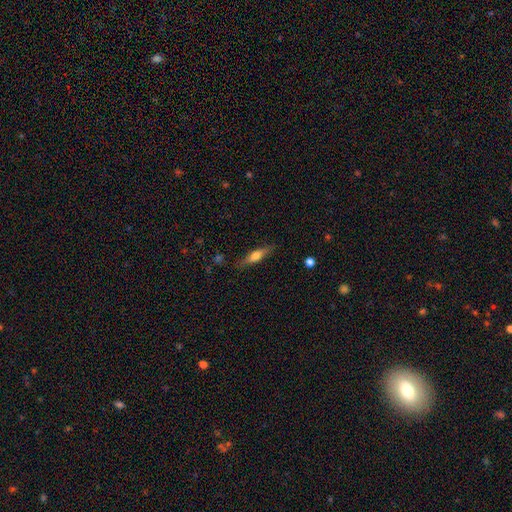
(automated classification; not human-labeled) This appears to be a smooth galaxy with no disk features (56%) that is cigar-shaped (68%). Merging: none (82%).